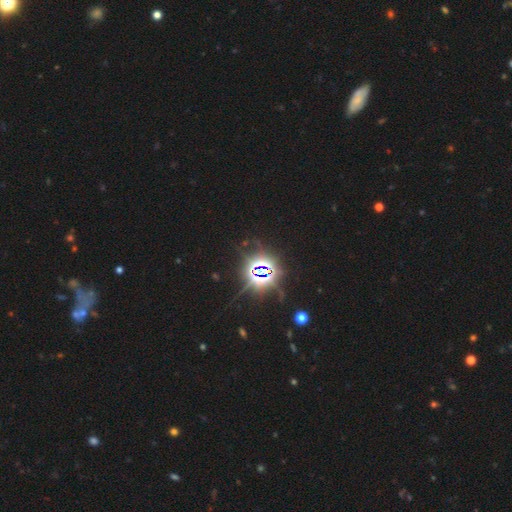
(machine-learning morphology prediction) Smooth or featured? Predicted: star or artifact (p=0.79).